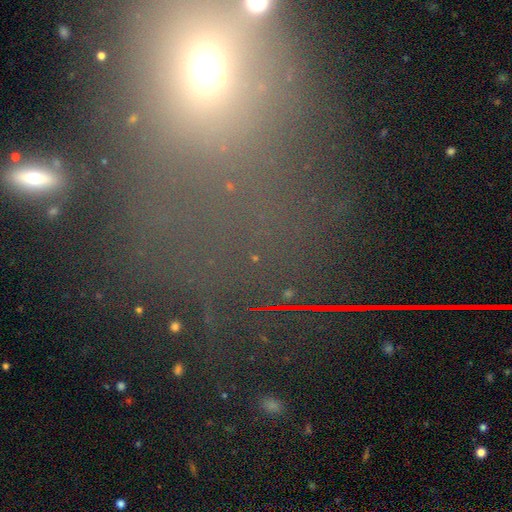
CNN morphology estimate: Q: Smooth or featured?
A: star or artifact (55%); runner-up: smooth (31%)